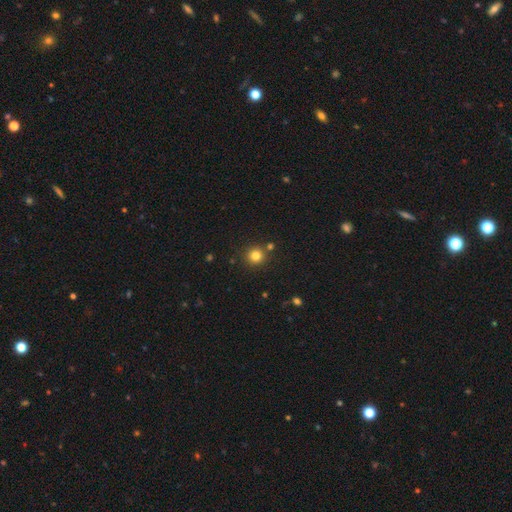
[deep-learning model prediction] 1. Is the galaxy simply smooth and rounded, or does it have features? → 81% smooth, 14% star or artifact, 6% featured or disk.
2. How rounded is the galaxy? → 94% round, 5% in between, 1% cigar-shaped.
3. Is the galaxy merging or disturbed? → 85% none, 7% minor disturbance, 6% merger, 2% major disturbance.